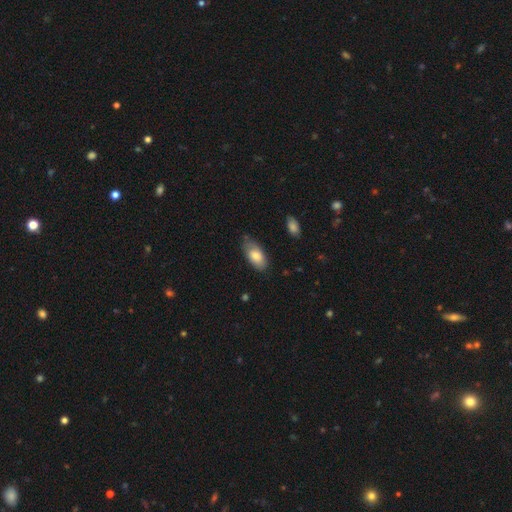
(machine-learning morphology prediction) Smooth or featured? Predicted: smooth (p=0.77). How rounded? Predicted: in between (p=0.92). Merging? Predicted: none (p=0.67).